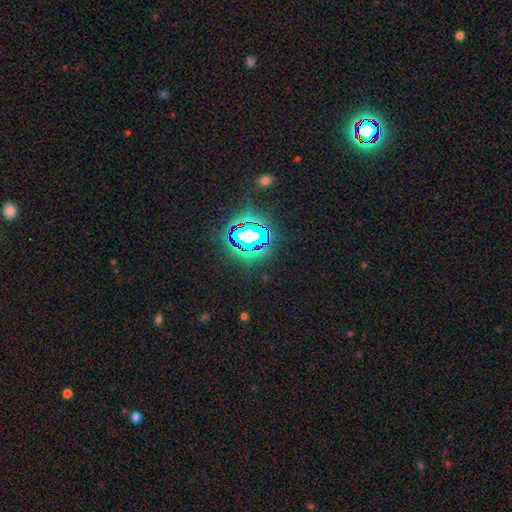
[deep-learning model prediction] The model was most divided on "smooth or featured": star or artifact: 80%, smooth: 11%, featured or disk: 9%.